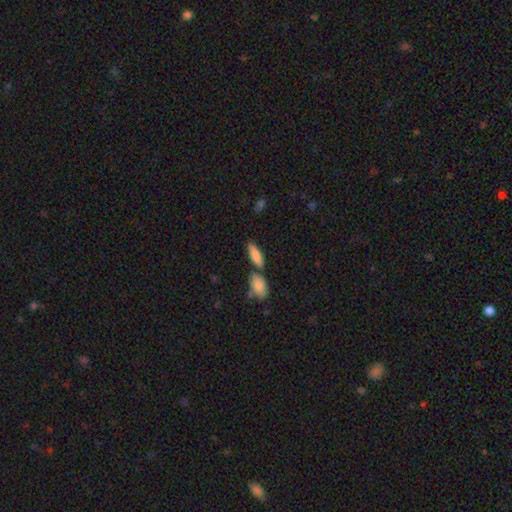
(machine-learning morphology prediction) smooth_or_featured: smooth (p=0.82) [alt: featured or disk p=0.12]
how_rounded: in between (p=0.61) [alt: cigar-shaped p=0.37]
merging: none (p=0.62) [alt: merger p=0.21]